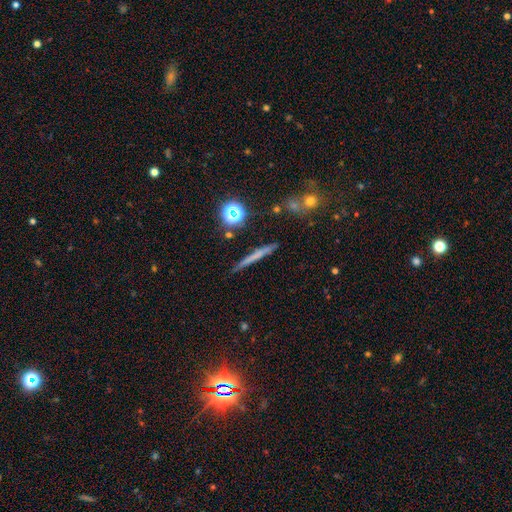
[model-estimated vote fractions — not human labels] This appears to be a smooth galaxy with no disk features (49%). Merging: none (86%).